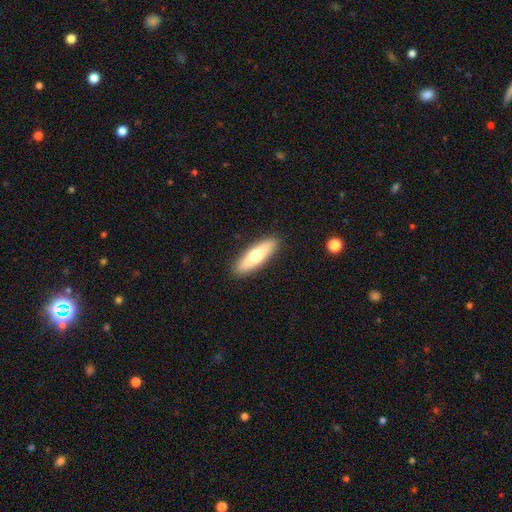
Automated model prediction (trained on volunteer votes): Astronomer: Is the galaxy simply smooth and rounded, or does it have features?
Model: smooth — 61%.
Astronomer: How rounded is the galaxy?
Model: cigar-shaped — 59% (runner-up: in between, 38%).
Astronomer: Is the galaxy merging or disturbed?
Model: none — 90%.